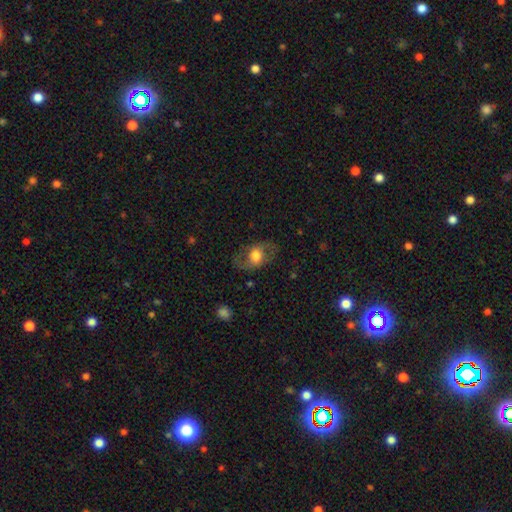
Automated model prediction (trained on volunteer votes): Overall: smooth (48%; featured or disk 44%). Merging: none (71%).